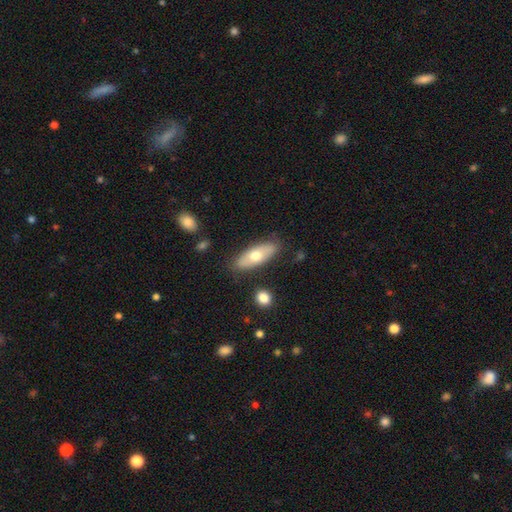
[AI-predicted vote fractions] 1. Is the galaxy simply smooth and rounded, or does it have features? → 62% smooth, 32% featured or disk, 6% star or artifact.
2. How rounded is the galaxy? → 71% in between, 26% cigar-shaped, 3% round.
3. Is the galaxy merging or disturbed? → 82% none, 13% minor disturbance, 3% major disturbance, 3% merger.